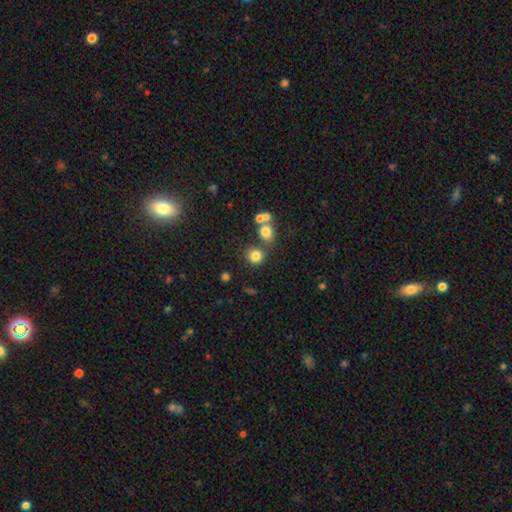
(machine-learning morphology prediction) The model was most divided on "merging": none: 70%, merger: 17%, minor disturbance: 9%, major disturbance: 4%. More confident: how rounded — round (87%); smooth or featured — smooth (79%).